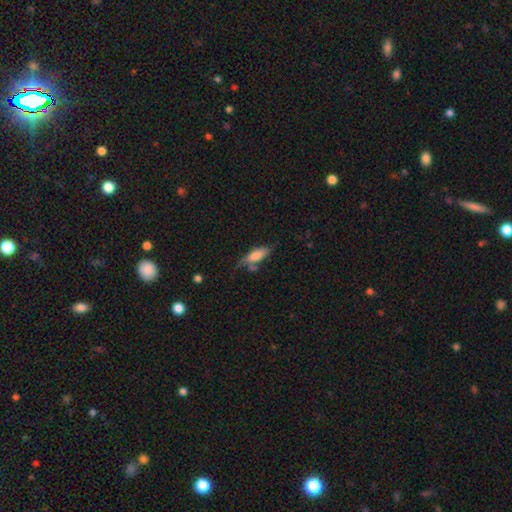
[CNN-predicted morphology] type=smooth (73%); roundness=in between (57%); merging=none (54%).